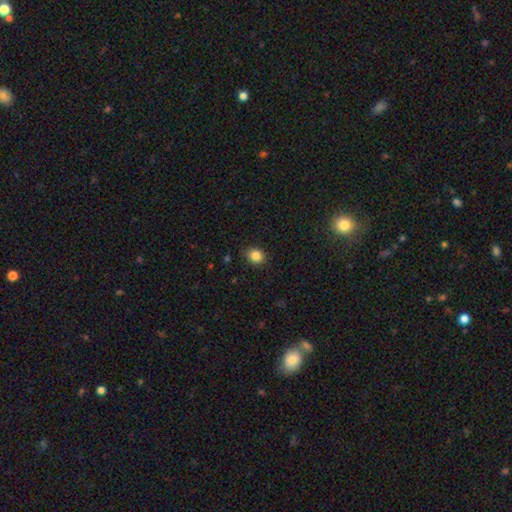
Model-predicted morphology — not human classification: A smooth galaxy with no disk features (84%) that is round (59%).

Vote fractions:
- Smooth or featured? smooth: 84% / star or artifact: 11% / featured or disk: 5%
- How rounded? round: 59% / in between: 40% / cigar-shaped: 1%
- Merging? none: 86% / minor disturbance: 11% / major disturbance: 2% / merger: 1%